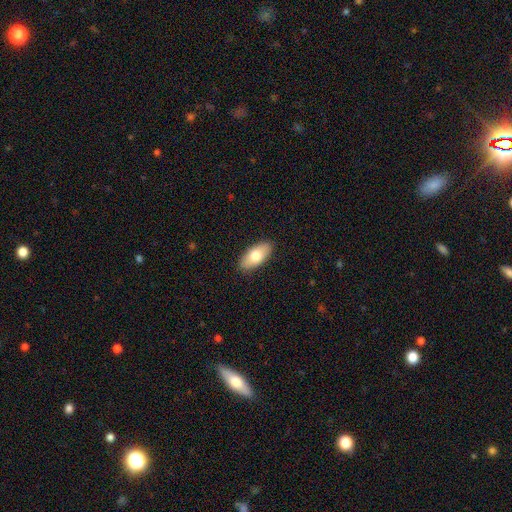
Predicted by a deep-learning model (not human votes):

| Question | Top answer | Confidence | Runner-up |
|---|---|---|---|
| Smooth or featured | smooth | 77% | featured or disk (17%) |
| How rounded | in between | 90% | cigar-shaped (7%) |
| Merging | none | 89% | minor disturbance (8%) |